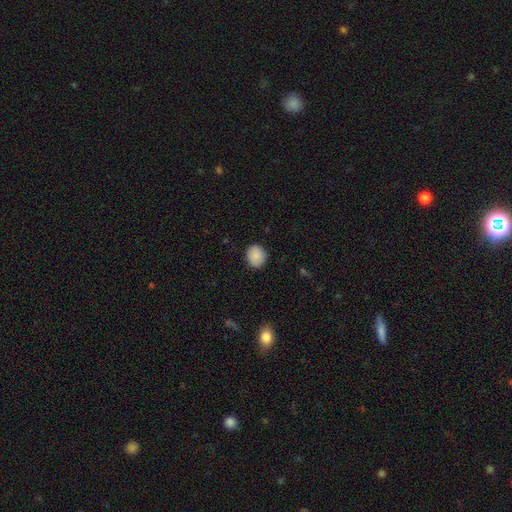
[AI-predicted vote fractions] Morphology: type=smooth (87%); roundness=round (64%); merging=none (87%).